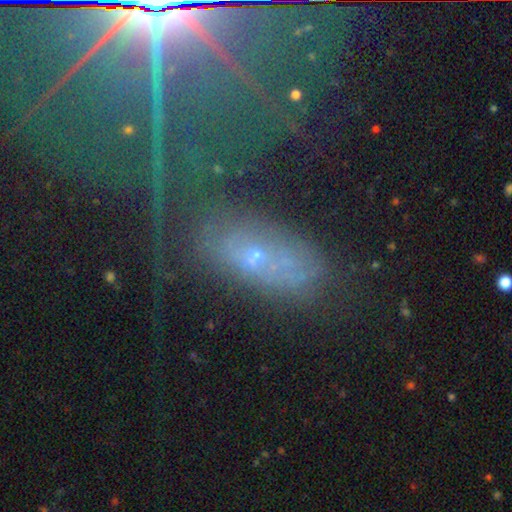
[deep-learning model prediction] Morphology: type=star or artifact (38%).